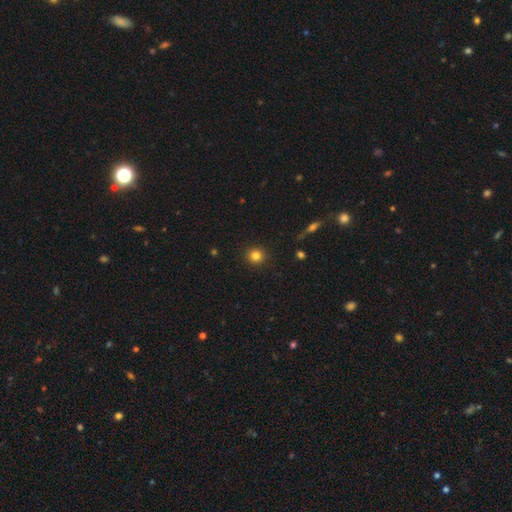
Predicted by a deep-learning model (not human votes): Smooth or featured: smooth — 82% (star or artifact — 12%)
How rounded: round — 93% (in between — 6%)
Merging: none — 91% (minor disturbance — 6%)